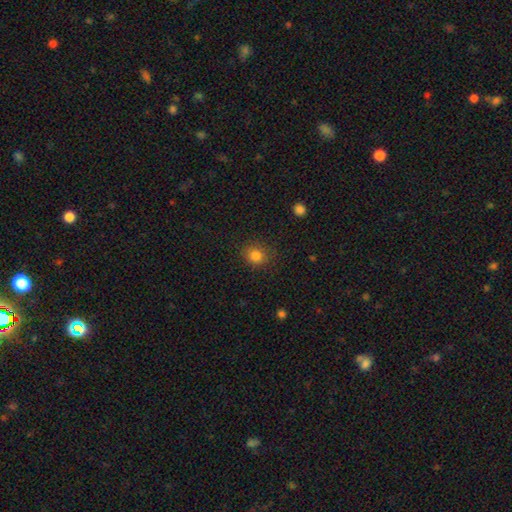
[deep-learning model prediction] This appears to be a smooth galaxy with no disk features (84%) that is round (82%). Merging: none (84%).